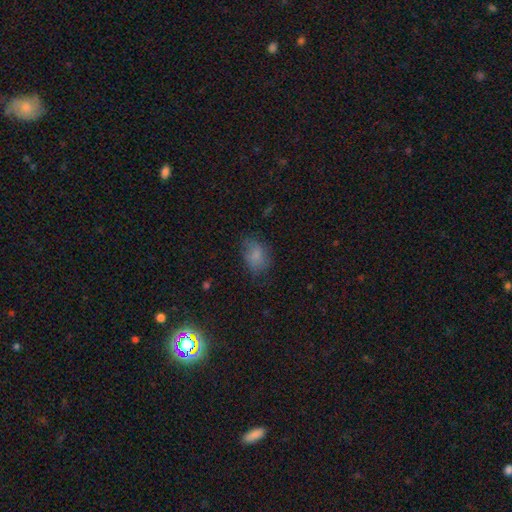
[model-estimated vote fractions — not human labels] Smooth or featured?
  - smooth: 76% *
  - star or artifact: 12%
  - featured or disk: 12%
How rounded?
  - in between: 74% *
  - round: 25%
  - cigar-shaped: 1%
Merging?
  - none: 61% *
  - minor disturbance: 26%
  - major disturbance: 12%
  - merger: 2%